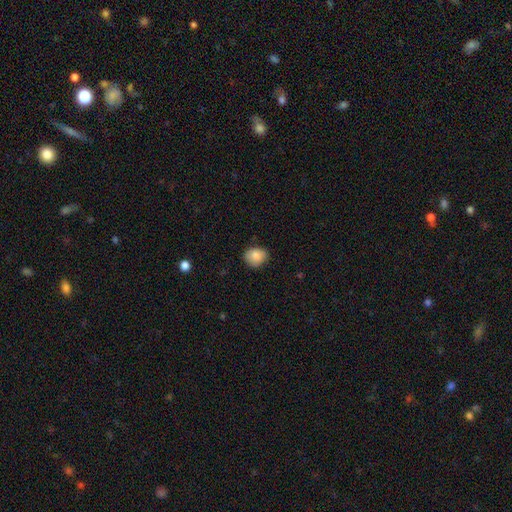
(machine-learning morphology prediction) Smooth or featured: smooth — 85% (star or artifact — 8%)
How rounded: round — 67% (in between — 32%)
Merging: none — 77% (minor disturbance — 19%)